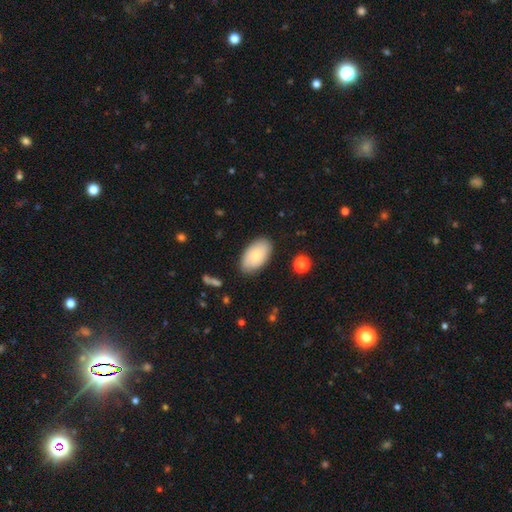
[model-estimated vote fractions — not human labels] A smooth galaxy with no disk features (73%) that is in between round and cigar-shaped (94%).

Vote fractions:
- Smooth or featured? smooth: 73% / featured or disk: 21% / star or artifact: 6%
- How rounded? in between: 94% / round: 4% / cigar-shaped: 1%
- Merging? none: 83% / minor disturbance: 13% / major disturbance: 3% / merger: 1%